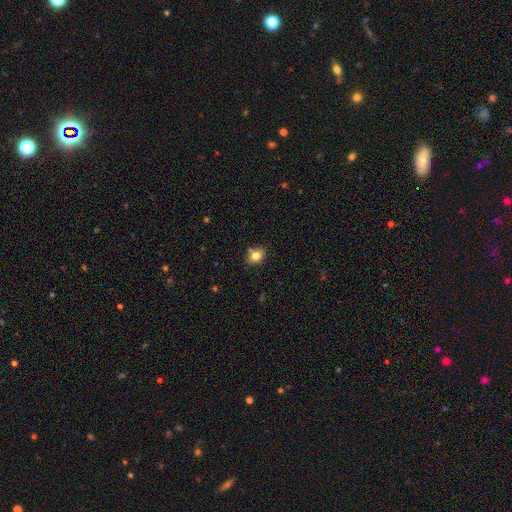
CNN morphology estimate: A smooth galaxy with no disk features (81%) that is round (50%). Merging: none (77%).